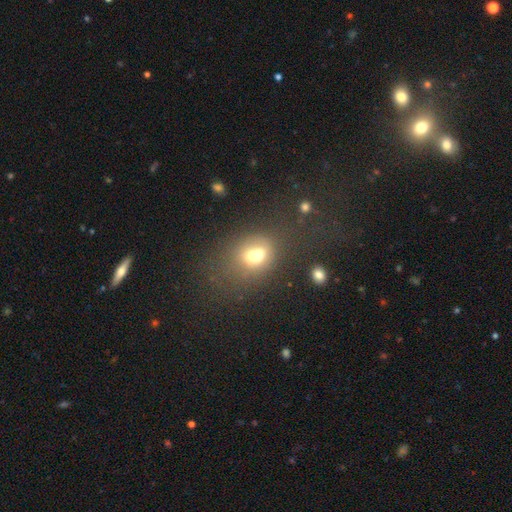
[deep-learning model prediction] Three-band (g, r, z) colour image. It shows a smooth galaxy with no disk features (61%) that is in between round and cigar-shaped (51%). Merging: merger (51%).